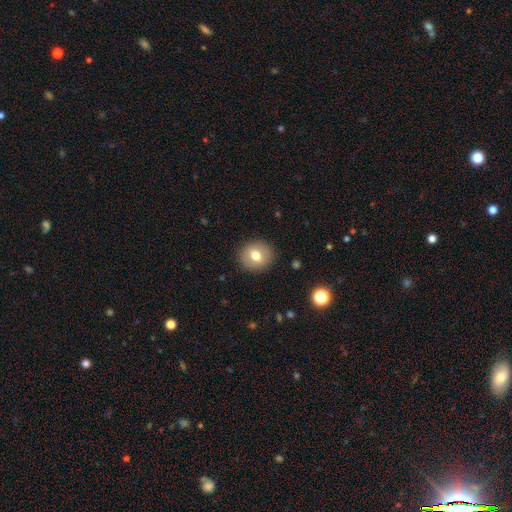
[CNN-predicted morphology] Q: Smooth or featured?
A: smooth (72%); runner-up: featured or disk (18%)
Q: How rounded?
A: round (83%); runner-up: in between (16%)
Q: Merging?
A: none (89%); runner-up: minor disturbance (7%)